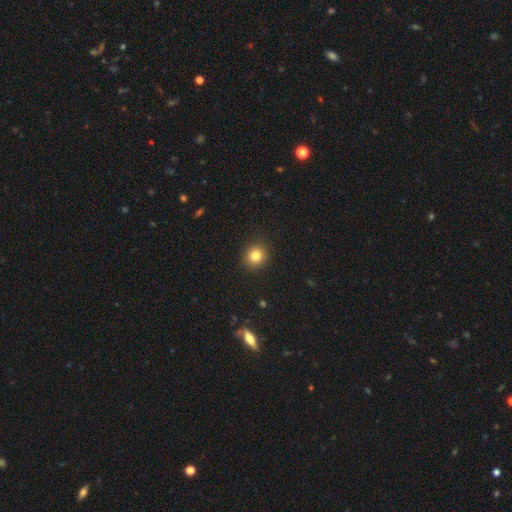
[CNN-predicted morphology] type=smooth (83%); roundness=round (90%); merging=none (91%).